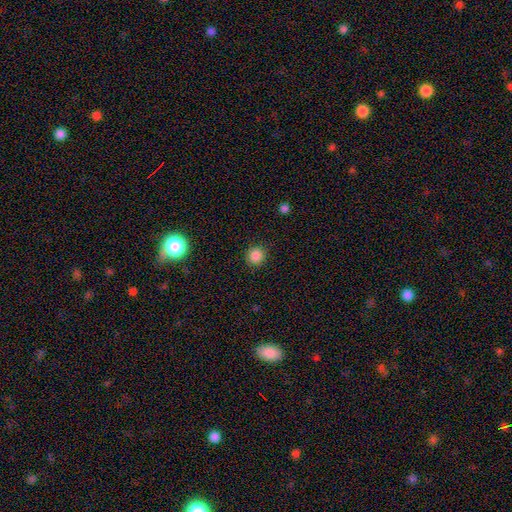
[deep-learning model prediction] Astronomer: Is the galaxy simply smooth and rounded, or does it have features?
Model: smooth — 85%.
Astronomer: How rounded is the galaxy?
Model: round — 92%.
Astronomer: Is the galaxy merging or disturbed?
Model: none — 90%.